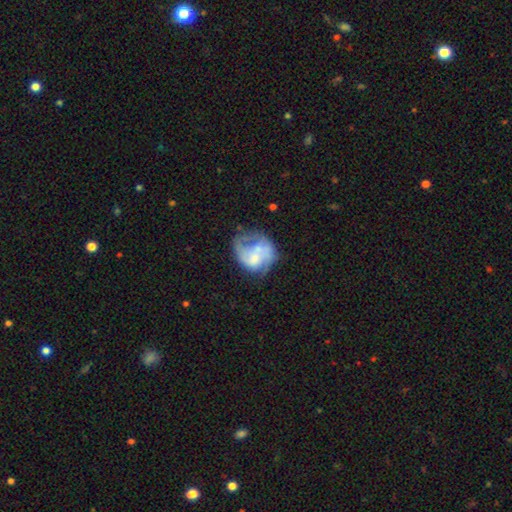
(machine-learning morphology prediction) A featured or disk galaxy (62%) with no bar (73%), spiral arms (58%) and a small central bulge (34%). Merging: none (35%).